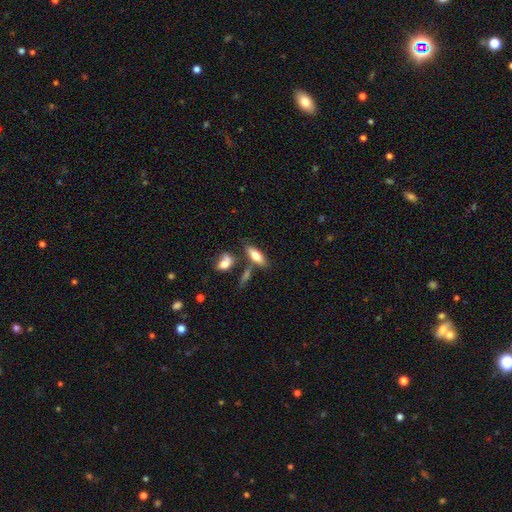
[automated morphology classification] Smooth or featured: smooth — 69% (featured or disk — 23%)
How rounded: in between — 70% (cigar-shaped — 28%)
Merging: none — 64% (merger — 18%)